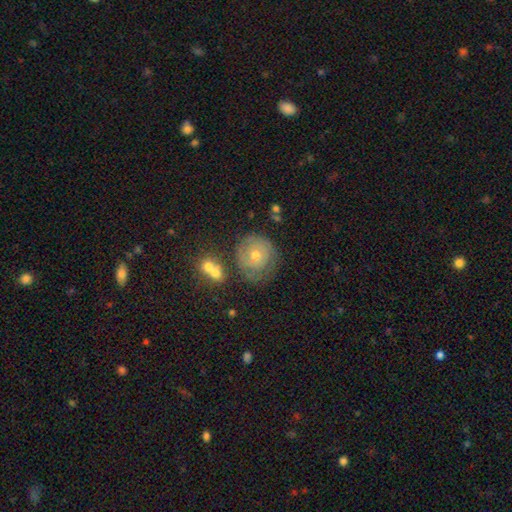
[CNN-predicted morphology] Q: Smooth or featured?
A: featured or disk (50%); runner-up: smooth (40%)
Q: Merging?
A: none (62%); runner-up: minor disturbance (21%)